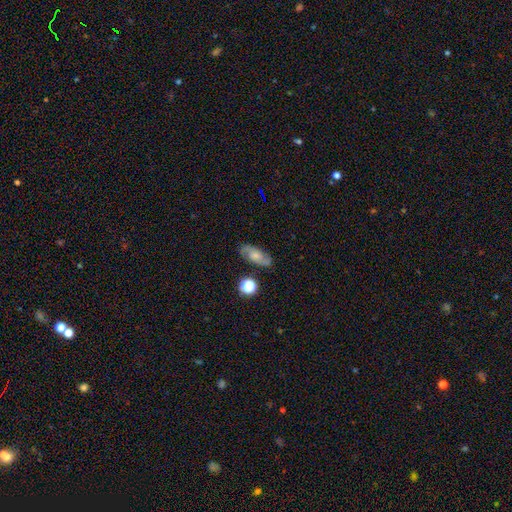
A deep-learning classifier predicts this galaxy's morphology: Q: Smooth or featured?
A: featured or disk (50%); runner-up: smooth (39%)
Q: Edge-on disk?
A: no (89%); runner-up: yes (11%)
Q: Merging?
A: none (79%); runner-up: minor disturbance (14%)